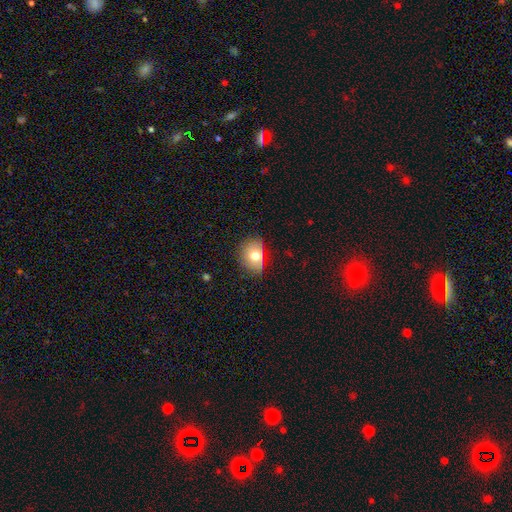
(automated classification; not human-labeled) Smooth or featured?
  - smooth: 70% *
  - featured or disk: 18%
  - star or artifact: 12%
How rounded?
  - in between: 53% *
  - round: 45%
  - cigar-shaped: 1%
Merging?
  - none: 65% *
  - minor disturbance: 24%
  - major disturbance: 8%
  - merger: 2%